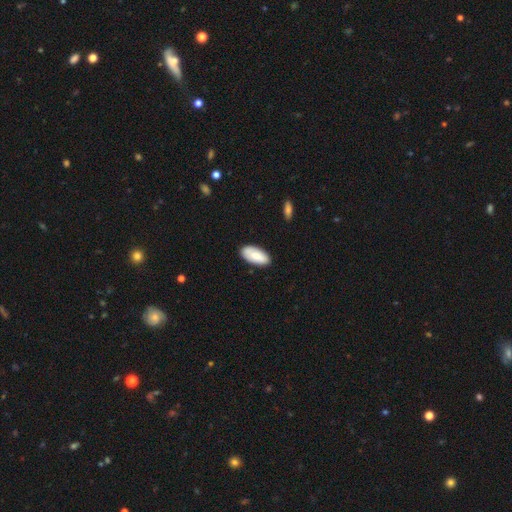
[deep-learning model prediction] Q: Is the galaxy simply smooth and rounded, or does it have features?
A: smooth — 83%.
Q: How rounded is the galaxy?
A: in between — 92%.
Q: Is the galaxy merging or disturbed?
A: none — 84%.